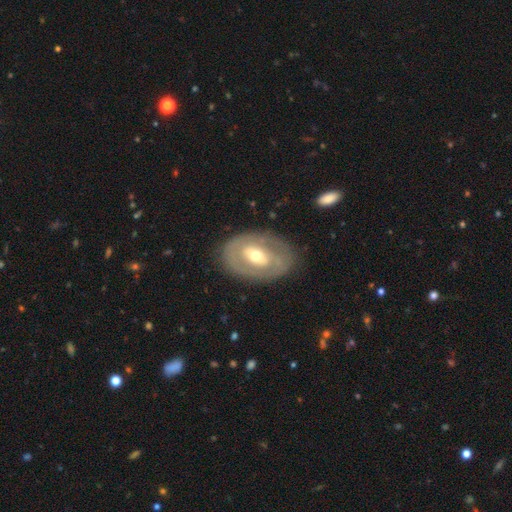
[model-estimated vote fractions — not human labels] Overall: featured or disk (64%; smooth 30%). Edge-on disk: no (93%). Bar: no (53%; weak 30%). Spiral arms: no (66%; yes 34%). Bulge size: moderate (59%; small 33%). Merging: none (77%).